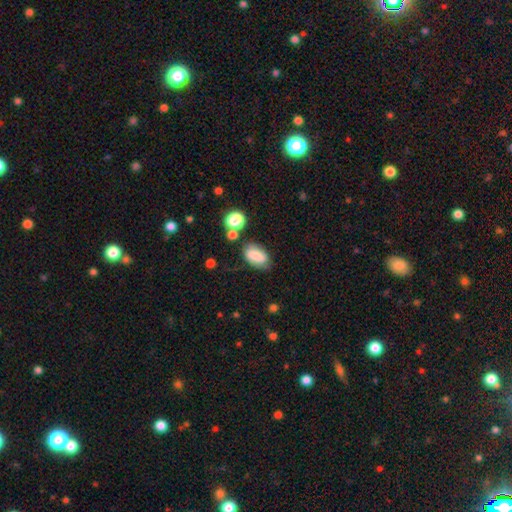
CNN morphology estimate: Smooth or featured? Predicted: smooth (p=0.78). How rounded? Predicted: in between (p=0.91). Merging? Predicted: none (p=0.66).